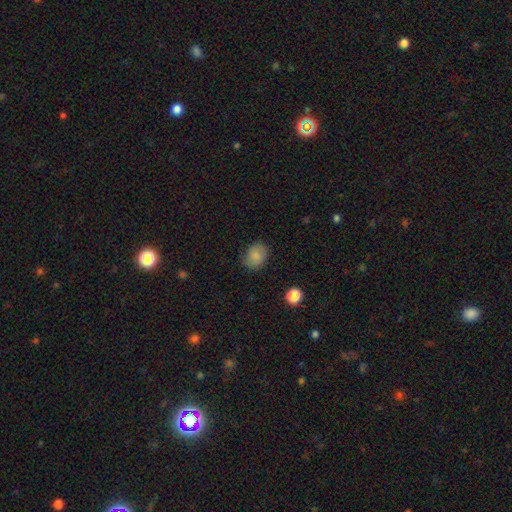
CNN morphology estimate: smooth-or-featured: smooth: 83% | star or artifact: 9% | featured or disk: 8%
  how-rounded: in between: 53% | round: 46% | cigar-shaped: 1%
  merging: none: 78% | minor disturbance: 17% | major disturbance: 4% | merger: 1%